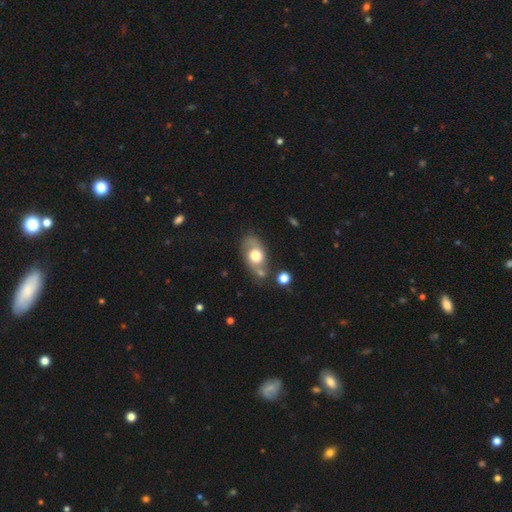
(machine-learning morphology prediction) This is possibly a smooth galaxy (54%). How rounded: likely in between (77%). Merging: possibly none (51%).